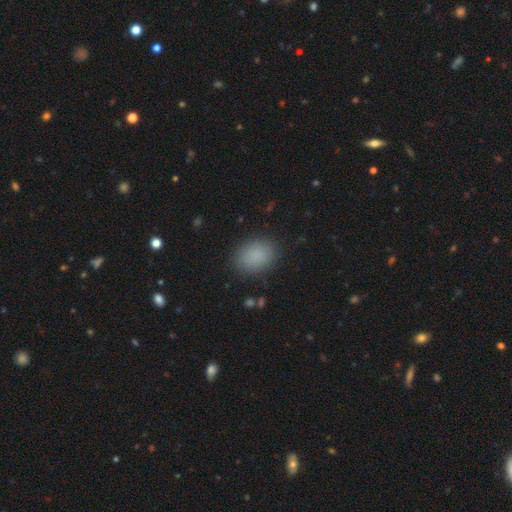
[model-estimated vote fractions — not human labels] smooth_or_featured: smooth (p=0.87) [alt: star or artifact p=0.09]
how_rounded: in between (p=0.67) [alt: round p=0.32]
merging: none (p=0.86) [alt: minor disturbance p=0.10]